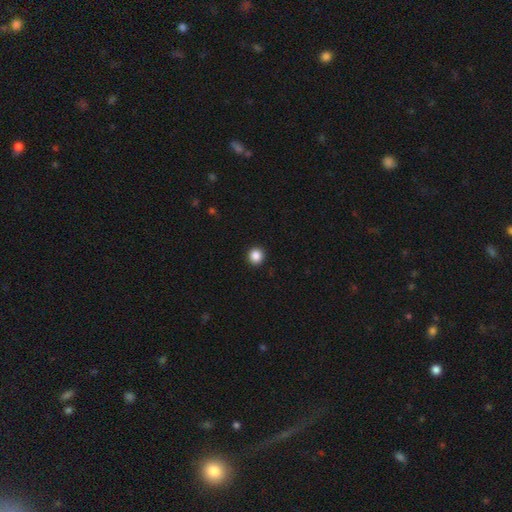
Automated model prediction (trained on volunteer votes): Q: Smooth or featured?
A: smooth (87%); runner-up: star or artifact (10%)
Q: How rounded?
A: round (92%); runner-up: in between (7%)
Q: Merging?
A: none (93%); runner-up: minor disturbance (4%)